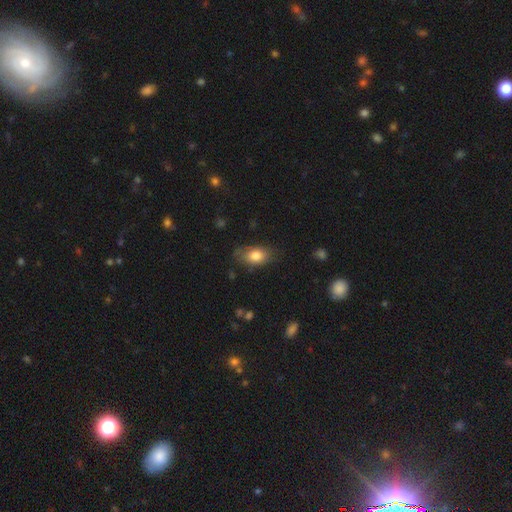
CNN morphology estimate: smooth-or-featured: smooth: 79% | featured or disk: 13% | star or artifact: 7%
  how-rounded: in between: 87% | round: 9% | cigar-shaped: 3%
  merging: none: 74% | minor disturbance: 20% | major disturbance: 5% | merger: 1%